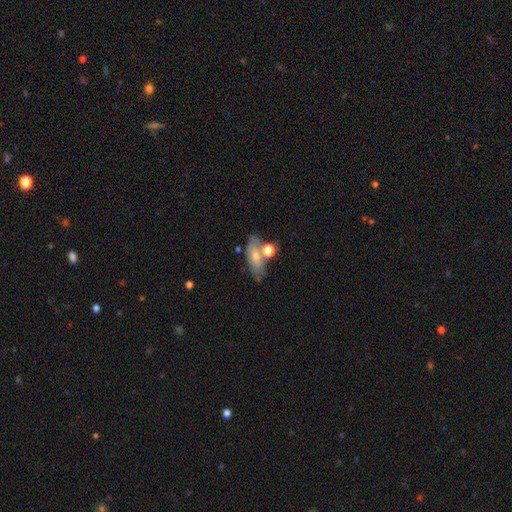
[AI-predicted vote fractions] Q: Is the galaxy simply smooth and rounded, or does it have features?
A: smooth — 50%.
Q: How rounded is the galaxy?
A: in between — 73%.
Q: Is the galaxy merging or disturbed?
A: none — 57%.